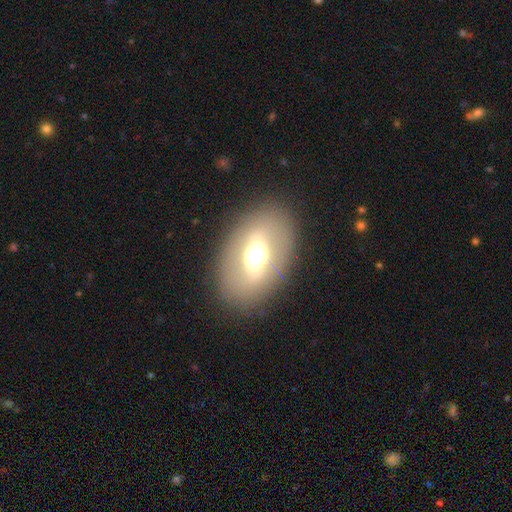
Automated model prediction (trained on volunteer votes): Smooth or featured? smooth (50%)
How rounded? in between (74%)
Merging? none (82%)